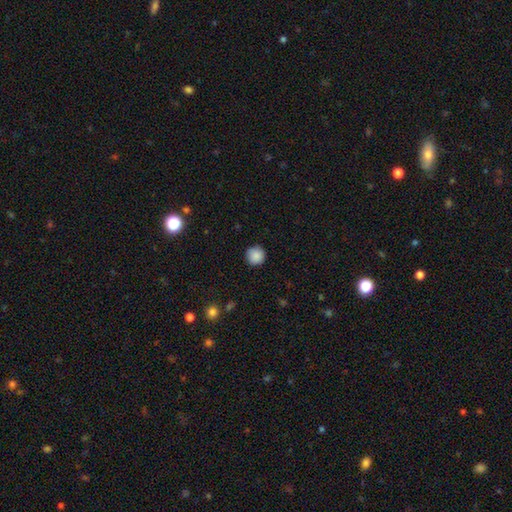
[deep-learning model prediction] Morphology: type=smooth (88%); roundness=round (95%); merging=none (89%).